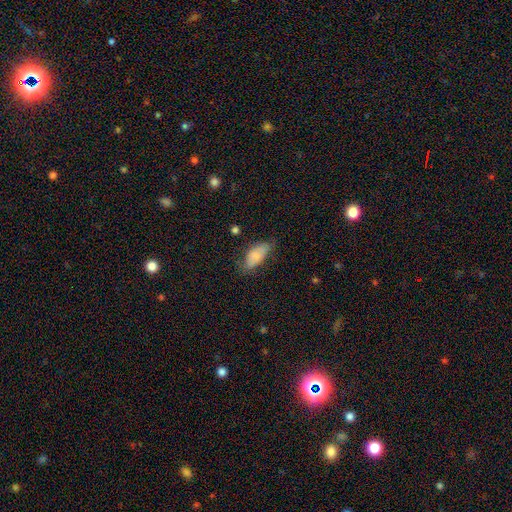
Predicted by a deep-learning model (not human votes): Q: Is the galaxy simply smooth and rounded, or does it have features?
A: smooth — 77%.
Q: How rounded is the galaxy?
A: in between — 88%.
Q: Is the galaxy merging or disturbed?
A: none — 62%.